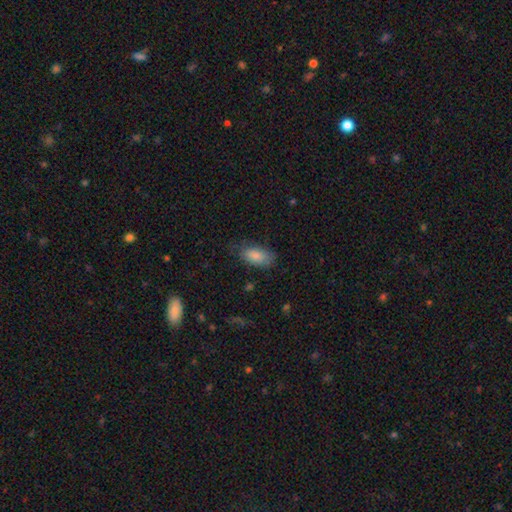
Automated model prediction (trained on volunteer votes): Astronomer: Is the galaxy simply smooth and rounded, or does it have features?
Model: smooth — 86%.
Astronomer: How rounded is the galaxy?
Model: in between — 92%.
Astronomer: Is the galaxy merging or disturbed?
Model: none — 67%.